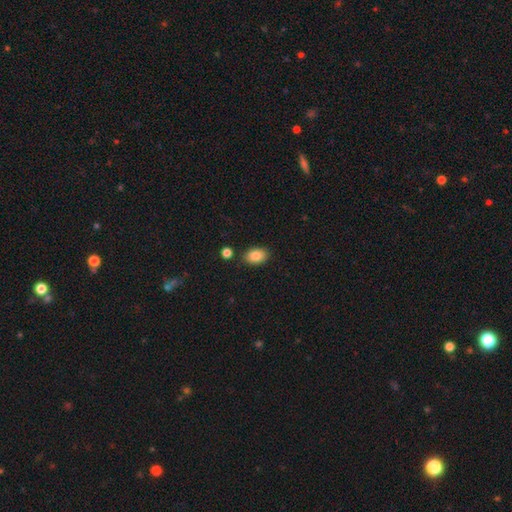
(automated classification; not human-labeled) Smooth or featured? Predicted: smooth (p=0.86). How rounded? Predicted: in between (p=0.85). Merging? Predicted: none (p=0.84).